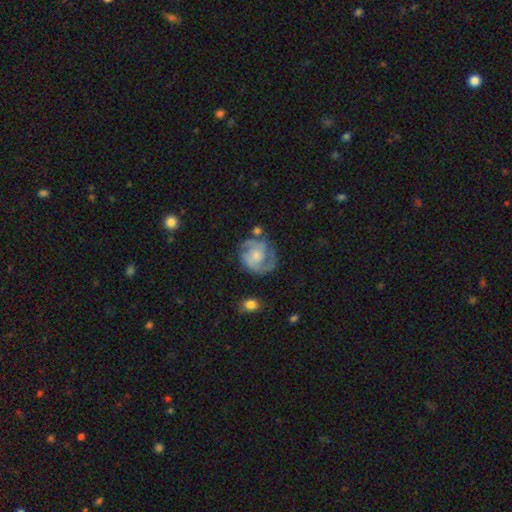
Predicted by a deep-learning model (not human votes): Smooth or featured? featured or disk (84%)
Edge-on disk? no (98%)
Bar? no (66%)
Spiral arms? yes (96%)
Spiral winding? medium (48%)
Spiral arm count? 2 (65%)
Bulge size? small (56%)
Merging? none (68%)